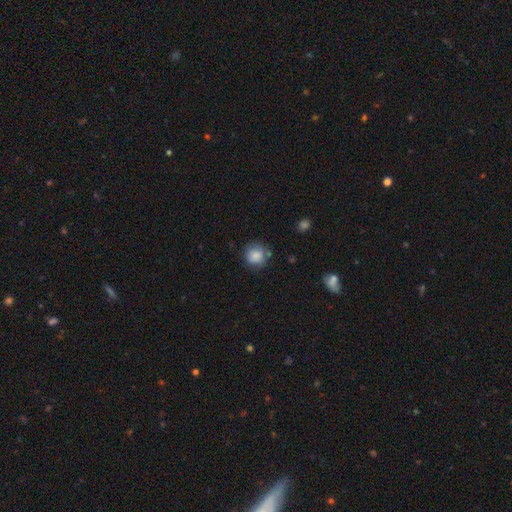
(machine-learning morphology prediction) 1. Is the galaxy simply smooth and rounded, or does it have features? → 83% smooth, 9% featured or disk, 9% star or artifact.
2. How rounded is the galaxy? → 89% round, 10% in between, 1% cigar-shaped.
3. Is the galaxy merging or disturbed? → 73% none, 18% minor disturbance, 5% merger, 5% major disturbance.